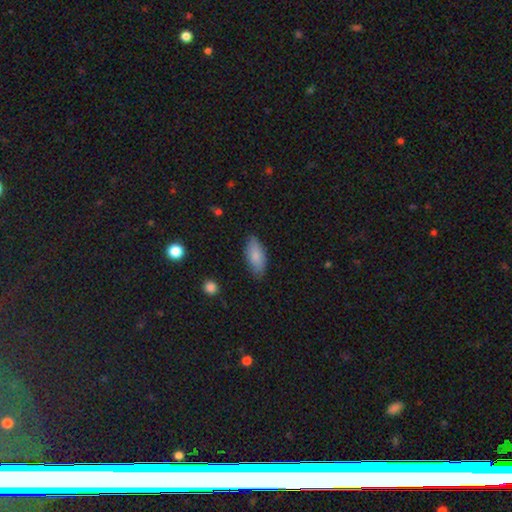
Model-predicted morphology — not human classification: Q: Smooth or featured?
A: smooth (83%); runner-up: featured or disk (11%)
Q: How rounded?
A: in between (87%); runner-up: cigar-shaped (11%)
Q: Merging?
A: none (81%); runner-up: minor disturbance (15%)